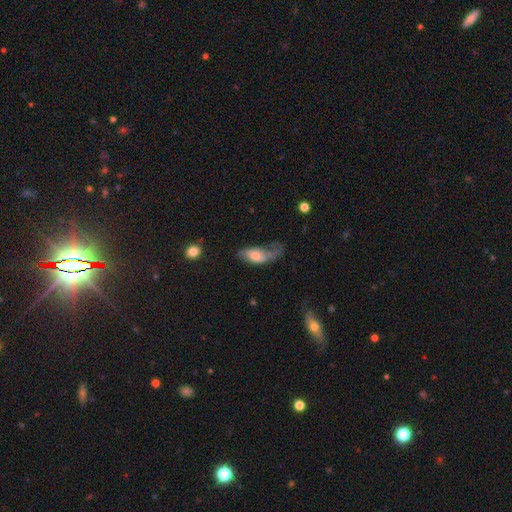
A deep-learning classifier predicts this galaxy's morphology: Smooth or featured? smooth (58%)
How rounded? in between (85%)
Merging? major disturbance (46%)